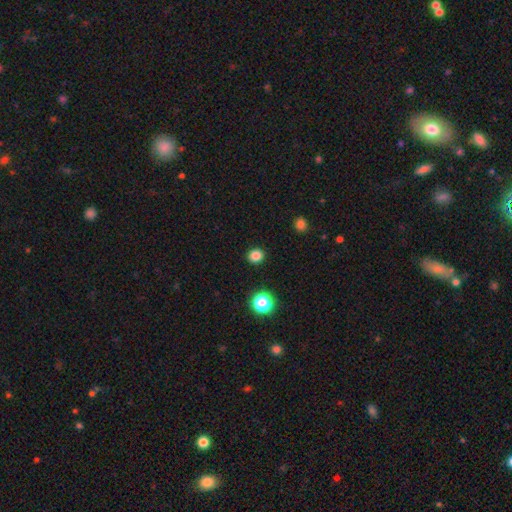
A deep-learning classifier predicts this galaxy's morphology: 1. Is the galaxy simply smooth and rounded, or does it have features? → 83% smooth, 13% star or artifact, 4% featured or disk.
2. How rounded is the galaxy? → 83% round, 16% in between, 1% cigar-shaped.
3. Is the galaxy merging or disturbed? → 92% none, 5% minor disturbance, 2% major disturbance, 1% merger.